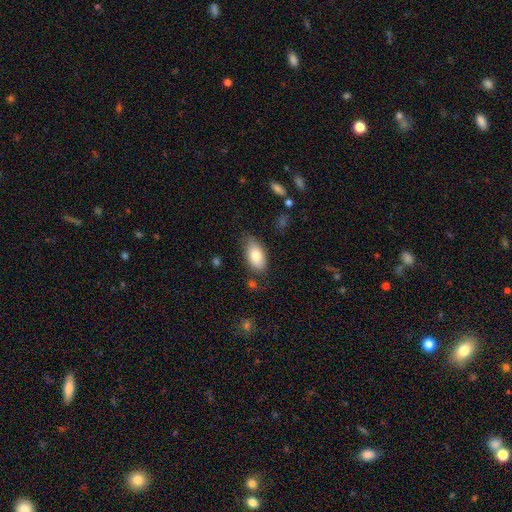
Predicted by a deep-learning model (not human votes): A smooth galaxy with no disk features (80%) that is in between round and cigar-shaped (94%).

Vote fractions:
- Smooth or featured? smooth: 80% / featured or disk: 13% / star or artifact: 7%
- How rounded? in between: 94% / round: 3% / cigar-shaped: 3%
- Merging? none: 66% / minor disturbance: 25% / major disturbance: 6% / merger: 3%